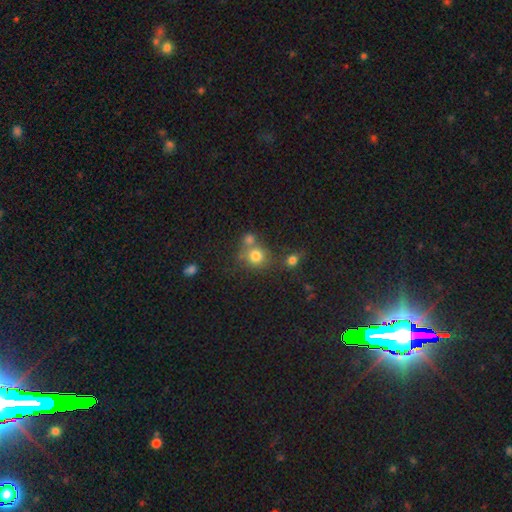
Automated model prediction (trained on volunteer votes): smooth_or_featured: smooth (p=0.77) [alt: star or artifact p=0.13]
how_rounded: round (p=0.84) [alt: in between p=0.15]
merging: none (p=0.53) [alt: merger p=0.31]